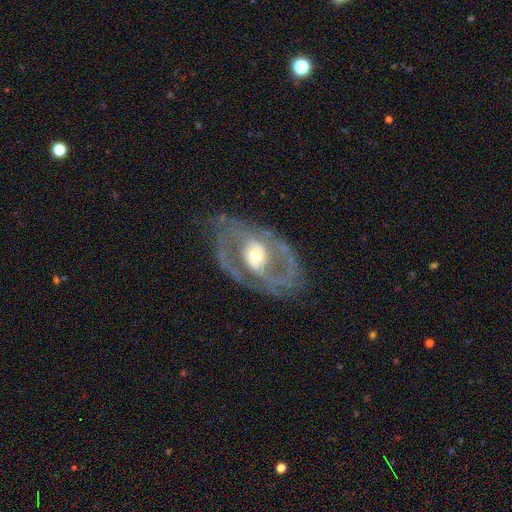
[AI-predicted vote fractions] smooth_or_featured: featured or disk (p=0.70) [alt: smooth p=0.20]
disk_edge_on: no (p=0.90) [alt: yes p=0.10]
bar: no (p=0.69) [alt: weak p=0.20]
has_spiral_arms: no (p=0.60) [alt: yes p=0.40]
bulge_size: moderate (p=0.66) [alt: large p=0.18]
merging: none (p=0.82) [alt: minor disturbance p=0.11]